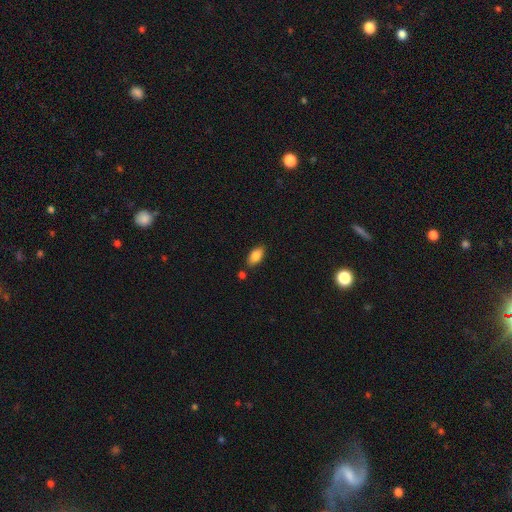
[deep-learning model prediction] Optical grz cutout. It shows a smooth galaxy with no disk features (84%) that is in between round and cigar-shaped (92%). Merging: none (80%).